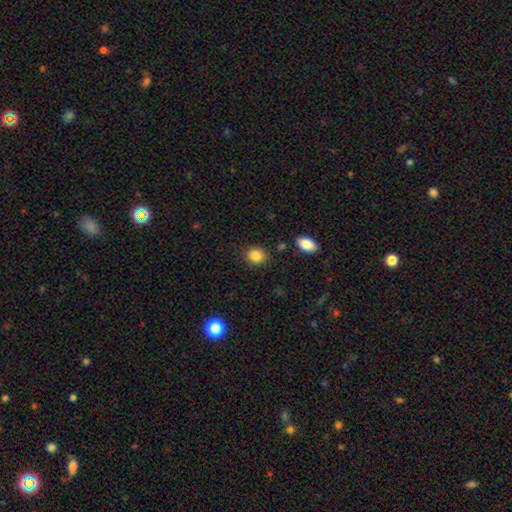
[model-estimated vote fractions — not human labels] This appears to be a smooth galaxy with no disk features (85%) that is round (68%). Merging: none (85%).